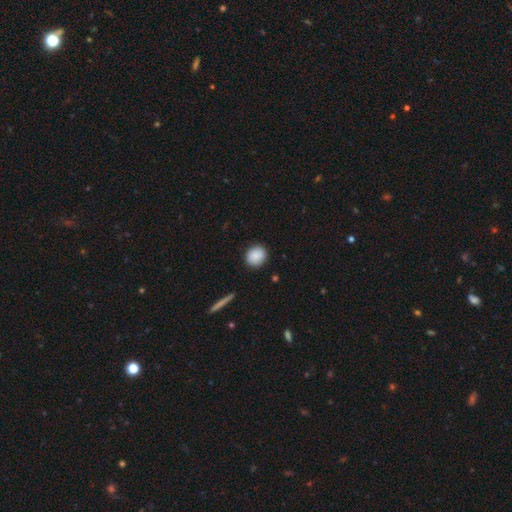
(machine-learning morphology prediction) smooth-or-featured: smooth: 88% | star or artifact: 7% | featured or disk: 4%
  how-rounded: round: 82% | in between: 17% | cigar-shaped: 1%
  merging: none: 89% | minor disturbance: 8% | major disturbance: 2% | merger: 1%